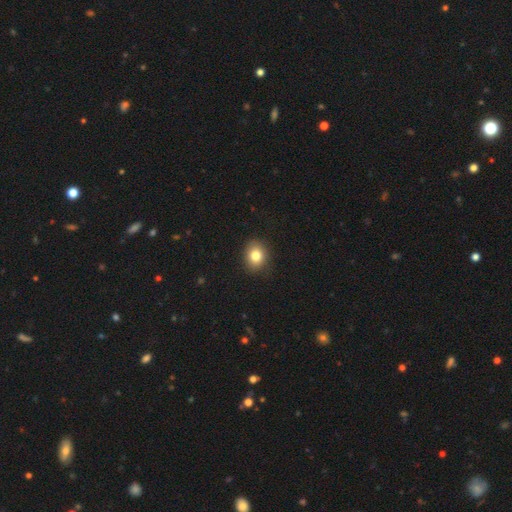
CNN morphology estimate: Smooth or featured? smooth (81%)
How rounded? round (58%)
Merging? none (88%)